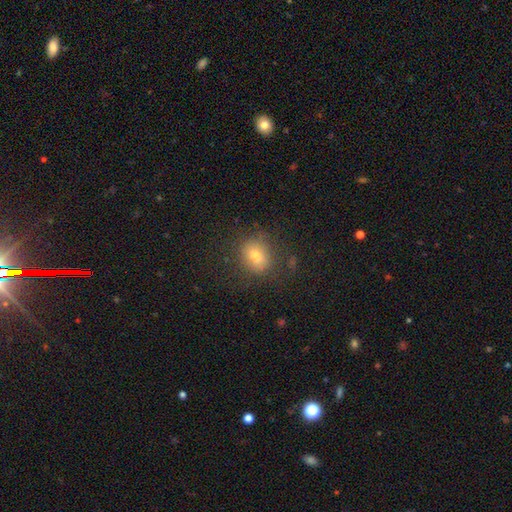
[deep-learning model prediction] A smooth galaxy with no disk features (71%) that is round (62%).

Vote fractions:
- Smooth or featured? smooth: 71% / star or artifact: 15% / featured or disk: 14%
- How rounded? round: 62% / in between: 37% / cigar-shaped: 1%
- Merging? none: 77% / minor disturbance: 14% / major disturbance: 7% / merger: 2%